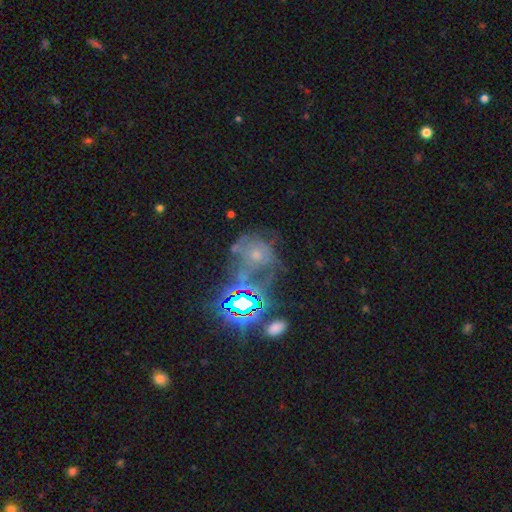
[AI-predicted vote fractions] smooth-or-featured: star or artifact: 37% | featured or disk: 33% | smooth: 29%